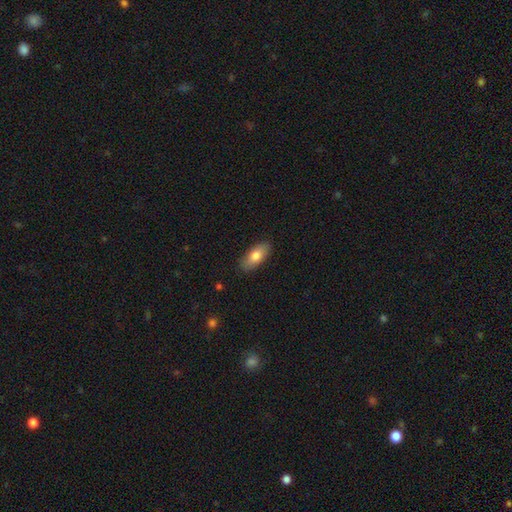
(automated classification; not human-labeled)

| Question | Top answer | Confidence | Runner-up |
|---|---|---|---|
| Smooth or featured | smooth | 77% | featured or disk (17%) |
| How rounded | in between | 86% | cigar-shaped (12%) |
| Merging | none | 87% | minor disturbance (10%) |